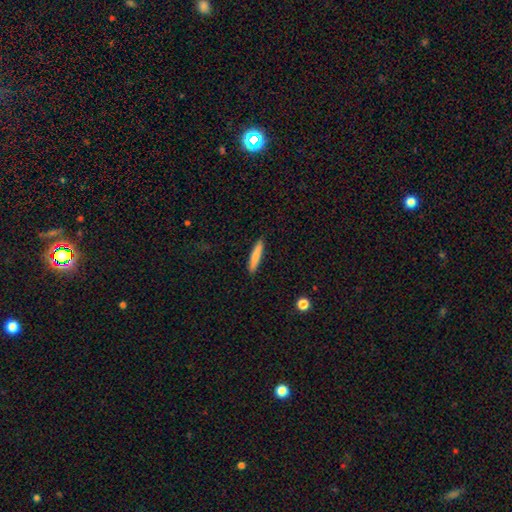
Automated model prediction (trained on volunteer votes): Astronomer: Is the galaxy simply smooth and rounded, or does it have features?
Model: smooth — 81%.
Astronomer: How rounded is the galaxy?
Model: cigar-shaped — 91%.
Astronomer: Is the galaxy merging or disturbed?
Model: none — 90%.